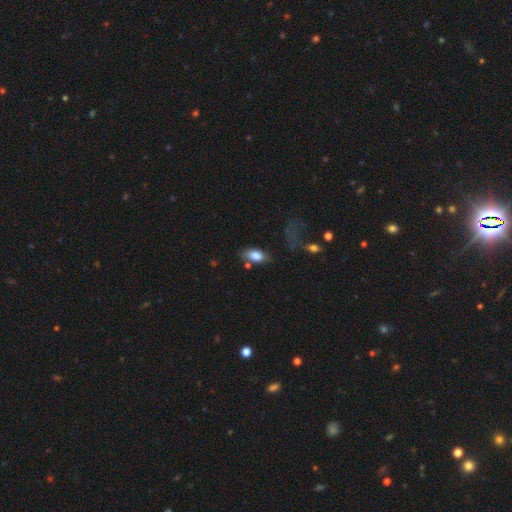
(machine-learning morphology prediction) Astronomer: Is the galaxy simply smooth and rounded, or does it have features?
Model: smooth — 82%.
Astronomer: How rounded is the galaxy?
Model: in between — 91%.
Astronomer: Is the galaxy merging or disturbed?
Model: none — 58%.